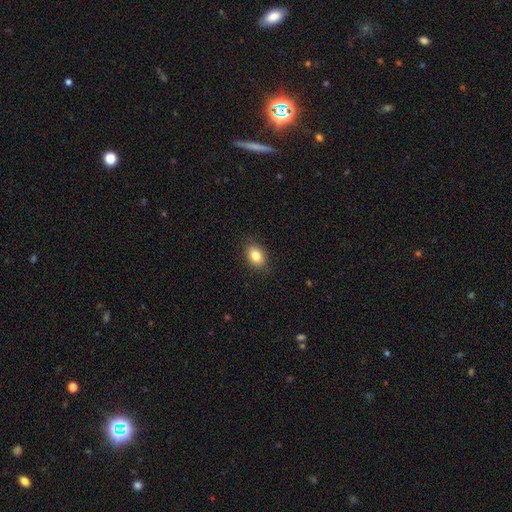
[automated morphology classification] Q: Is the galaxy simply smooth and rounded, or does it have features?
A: smooth — 83%.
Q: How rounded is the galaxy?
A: in between — 79%.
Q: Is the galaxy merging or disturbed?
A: none — 86%.